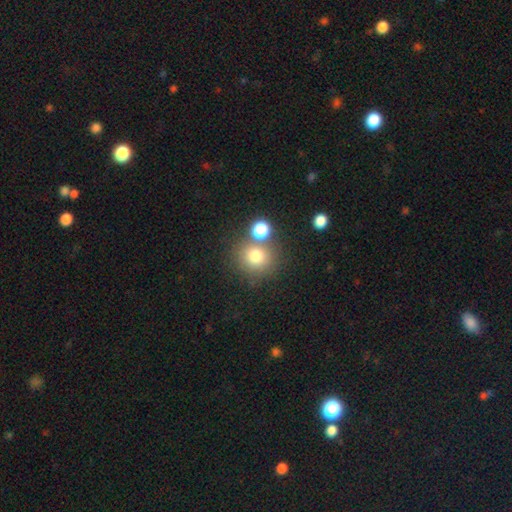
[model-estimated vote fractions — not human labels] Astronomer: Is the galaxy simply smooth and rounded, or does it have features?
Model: smooth — 76%.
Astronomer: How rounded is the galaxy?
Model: round — 86%.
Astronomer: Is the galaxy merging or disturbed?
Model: none — 65%.